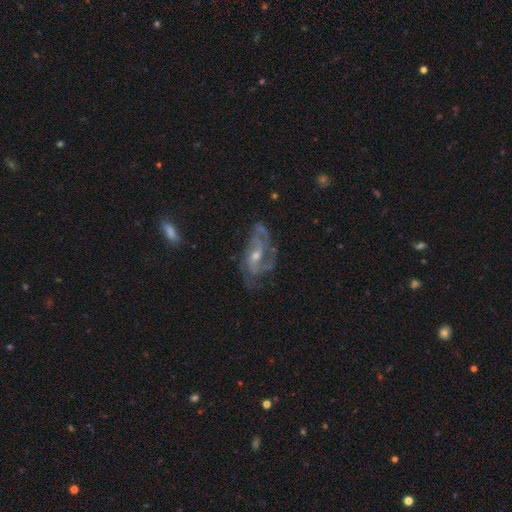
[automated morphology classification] Smooth or featured: featured or disk — 81% (smooth — 12%)
Edge-on disk: no — 94% (yes — 6%)
Bar: no — 47% (weak — 41%)
Spiral arms: yes — 88% (no — 12%)
Spiral winding: medium — 47% (tight — 30%)
Spiral arm count: 2 — 50% (can't tell — 23%)
Bulge size: small — 50% (moderate — 45%)
Merging: none — 56% (minor disturbance — 23%)